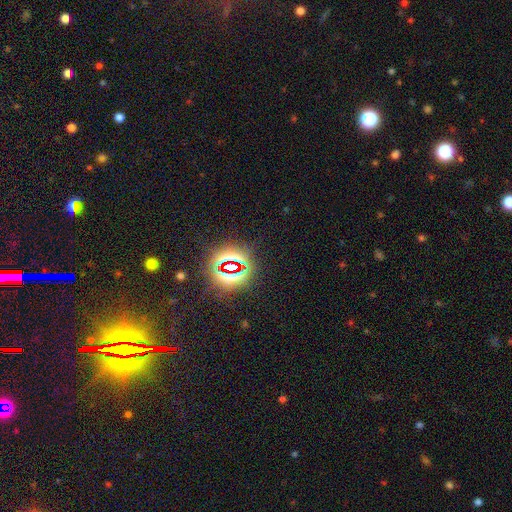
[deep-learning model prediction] Smooth or featured?
  - star or artifact: 82% *
  - smooth: 10%
  - featured or disk: 7%